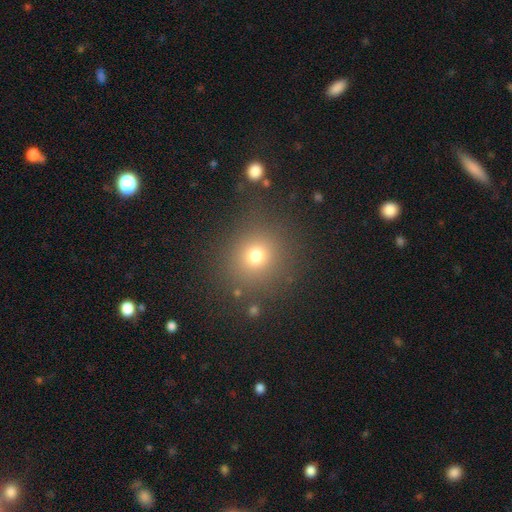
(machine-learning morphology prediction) A smooth galaxy with no disk features (72%) that is round (88%).

Vote fractions:
- Smooth or featured? smooth: 72% / star or artifact: 19% / featured or disk: 8%
- How rounded? round: 88% / in between: 11% / cigar-shaped: 1%
- Merging? none: 83% / minor disturbance: 9% / major disturbance: 5% / merger: 4%